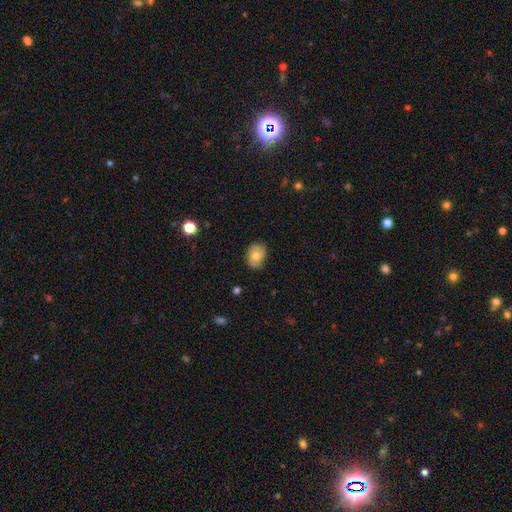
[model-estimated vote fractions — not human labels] Smooth or featured? smooth (57%)
How rounded? in between (50%)
Merging? none (76%)